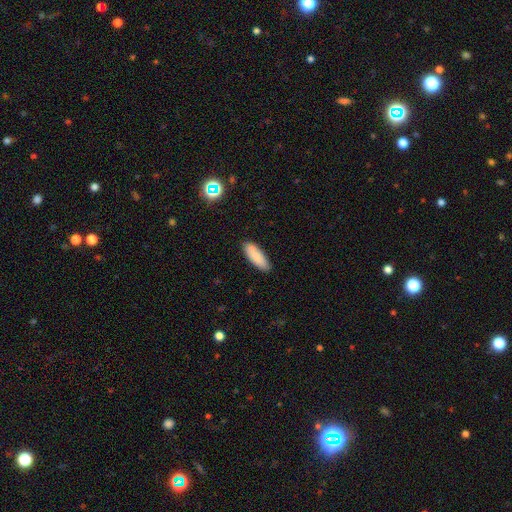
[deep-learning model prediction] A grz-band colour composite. It shows a smooth galaxy with no disk features (87%) that is in between round and cigar-shaped (59%). Merging: none (85%).